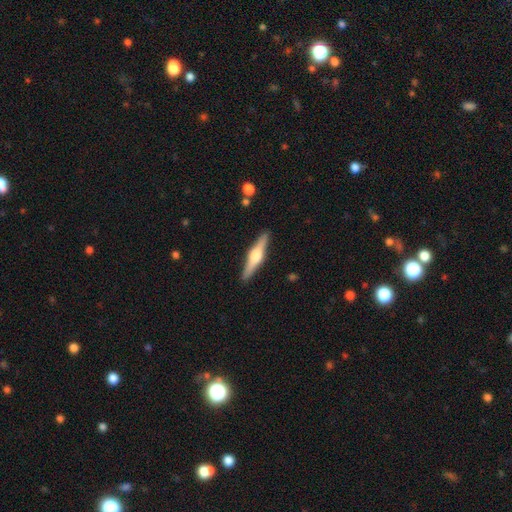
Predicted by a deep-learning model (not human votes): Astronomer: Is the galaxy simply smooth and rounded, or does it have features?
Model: featured or disk — 69%.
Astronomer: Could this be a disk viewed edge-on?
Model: yes — 98%.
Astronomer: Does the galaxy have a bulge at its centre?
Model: rounded — 92%.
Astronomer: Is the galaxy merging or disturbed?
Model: none — 91%.